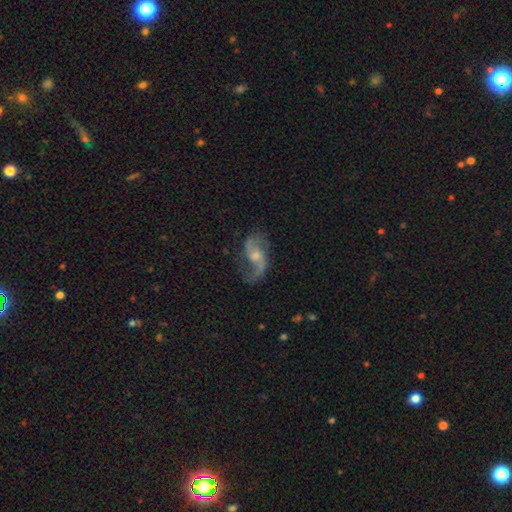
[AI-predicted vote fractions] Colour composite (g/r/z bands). It shows a featured or disk galaxy (86%) with no bar (51%), 2 (89%) loose (70%) spiral arms (96%) and a small central bulge (47%). Merging: none (69%).